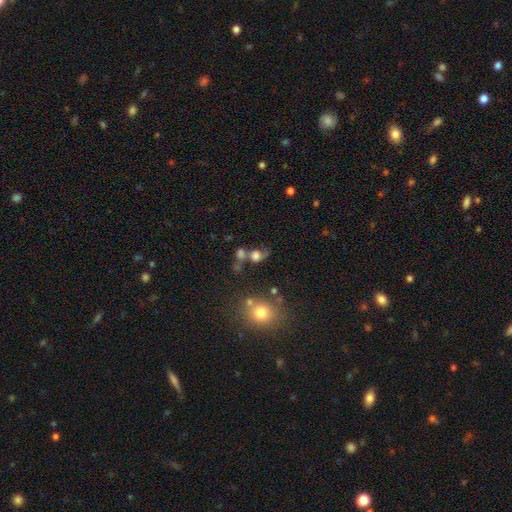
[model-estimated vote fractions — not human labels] This appears to be a smooth galaxy with no disk features (63%) that is round (64%). Merging: none (36%).